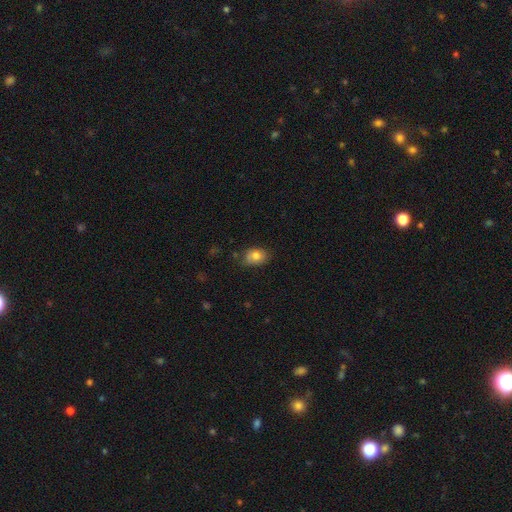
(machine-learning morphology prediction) The model was most divided on "how rounded": in between: 66%, round: 32%, cigar-shaped: 1%. More confident: smooth or featured — smooth (78%); merging — none (68%).